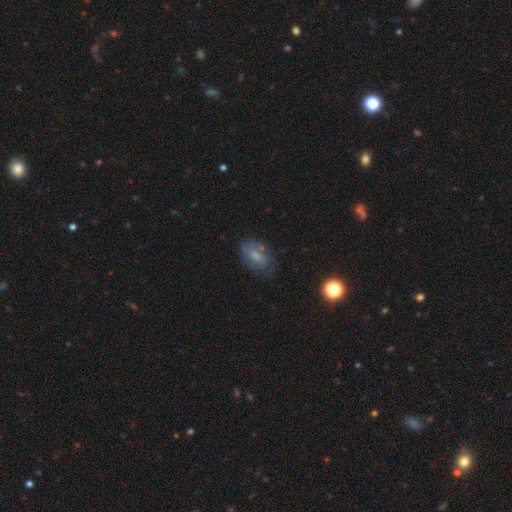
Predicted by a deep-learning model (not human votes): smooth-or-featured: smooth: 66% | featured or disk: 24% | star or artifact: 10%
  how-rounded: in between: 88% | round: 9% | cigar-shaped: 3%
  merging: none: 71% | minor disturbance: 21% | major disturbance: 6% | merger: 3%